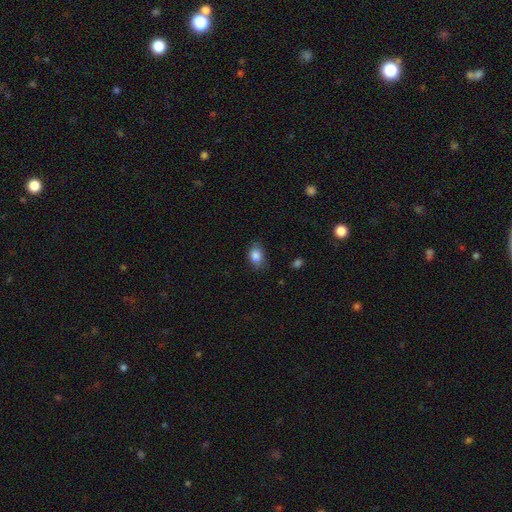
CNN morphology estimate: Smooth or featured? Predicted: smooth (p=0.86). How rounded? Predicted: in between (p=0.76). Merging? Predicted: none (p=0.72).